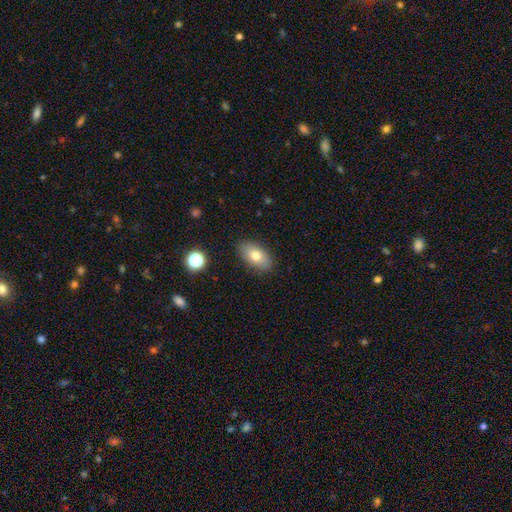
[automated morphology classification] A smooth galaxy with no disk features (75%) that is in between round and cigar-shaped (91%). Merging: none (86%).